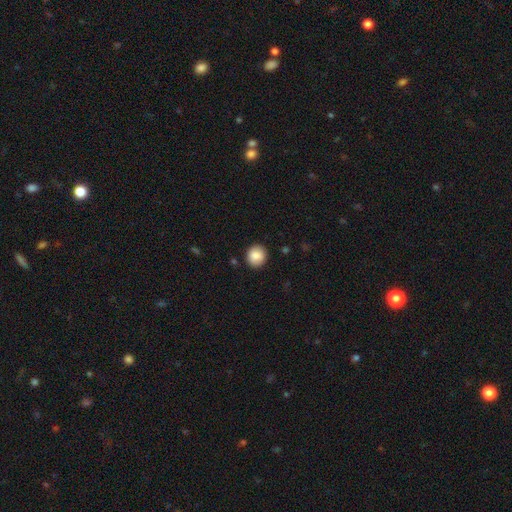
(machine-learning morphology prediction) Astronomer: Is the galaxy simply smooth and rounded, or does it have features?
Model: smooth — 87%.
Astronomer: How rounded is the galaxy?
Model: round — 86%.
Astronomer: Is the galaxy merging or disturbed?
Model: none — 89%.